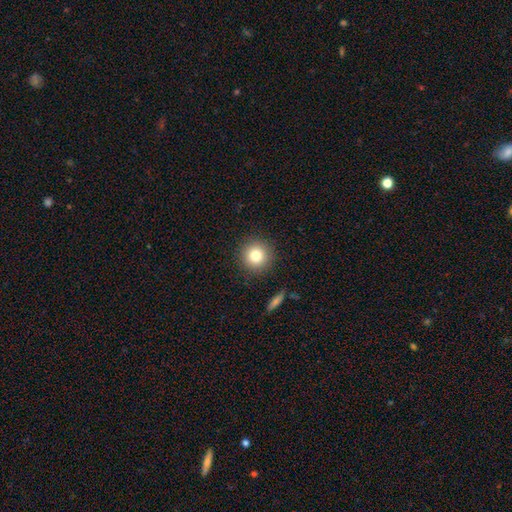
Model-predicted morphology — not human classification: Overall: smooth (79%). How rounded: round (94%). Merging: none (90%).